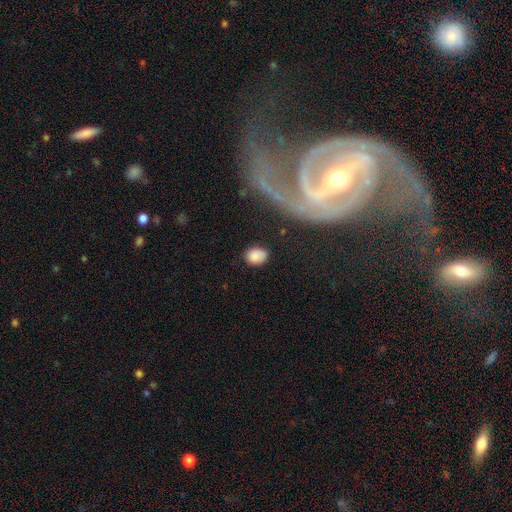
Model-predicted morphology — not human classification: smooth_or_featured: smooth (p=0.85) [alt: star or artifact p=0.08]
how_rounded: in between (p=0.62) [alt: round p=0.37]
merging: none (p=0.74) [alt: minor disturbance p=0.18]